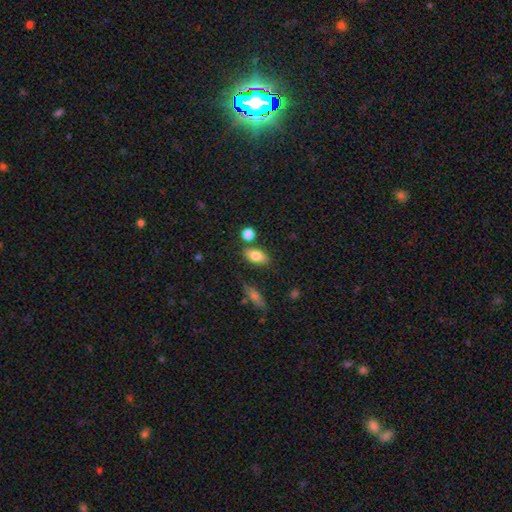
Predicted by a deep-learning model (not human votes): smooth-or-featured: smooth: 82% | featured or disk: 10% | star or artifact: 8%
  how-rounded: in between: 86% | round: 8% | cigar-shaped: 6%
  merging: none: 75% | minor disturbance: 12% | merger: 9% | major disturbance: 3%